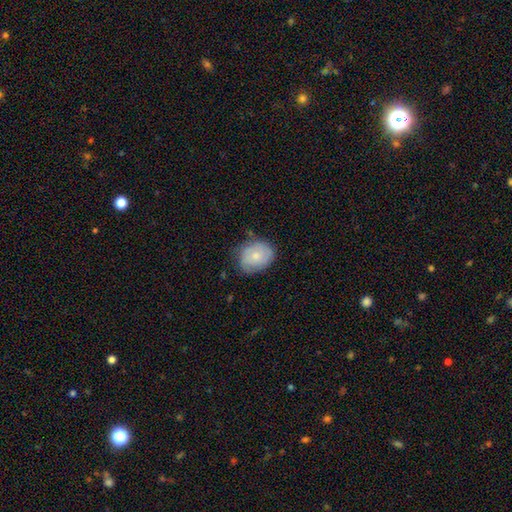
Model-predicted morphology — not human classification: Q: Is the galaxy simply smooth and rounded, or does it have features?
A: smooth — 65%.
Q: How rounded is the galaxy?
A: round — 53%.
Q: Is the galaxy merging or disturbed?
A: none — 66%.